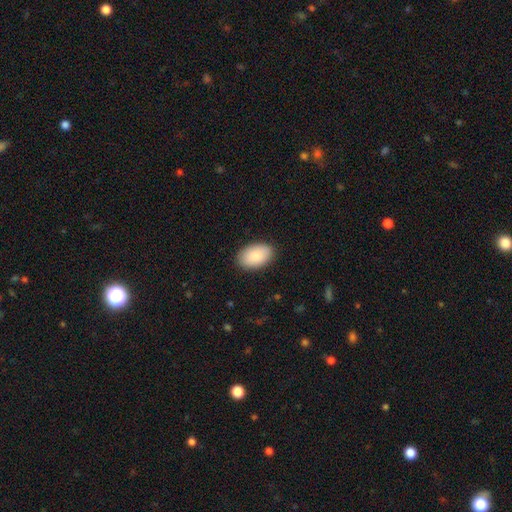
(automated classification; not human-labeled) Overall: smooth (88%). How rounded: in between (94%). Merging: none (88%).